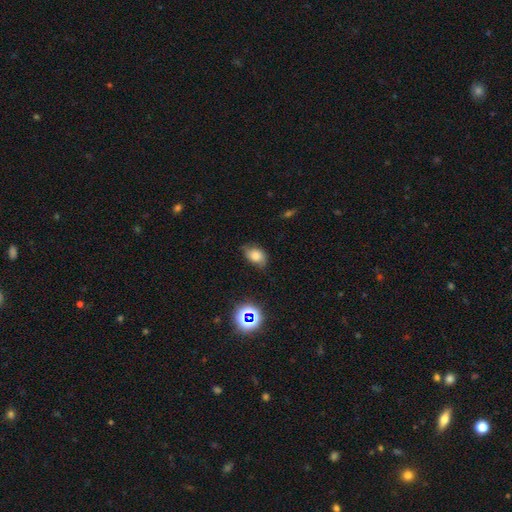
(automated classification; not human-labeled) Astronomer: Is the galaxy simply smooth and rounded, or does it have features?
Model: smooth — 72%.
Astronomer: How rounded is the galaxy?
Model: in between — 80%.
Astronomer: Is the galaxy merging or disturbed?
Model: none — 63%.